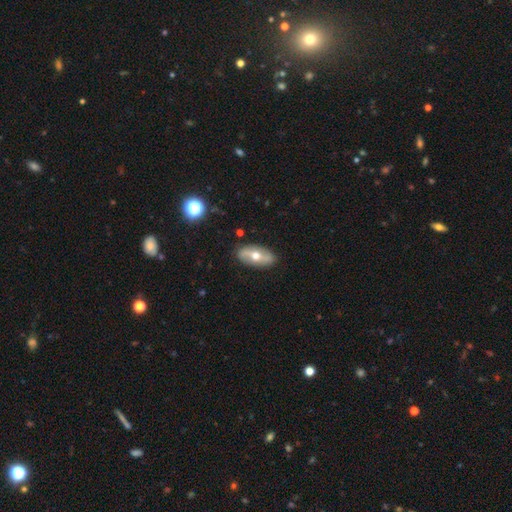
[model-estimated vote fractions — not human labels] smooth_or_featured: featured or disk (p=0.55) [alt: smooth p=0.39]
disk_edge_on: no (p=0.78) [alt: yes p=0.22]
merging: none (p=0.86) [alt: minor disturbance p=0.10]